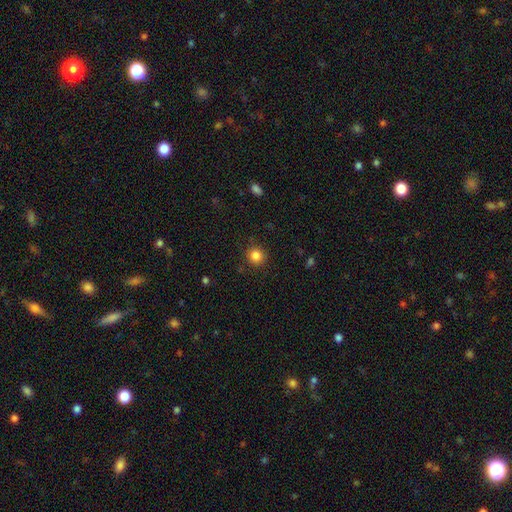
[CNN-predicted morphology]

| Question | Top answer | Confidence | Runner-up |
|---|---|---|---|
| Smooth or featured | smooth | 84% | star or artifact (11%) |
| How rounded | round | 93% | in between (7%) |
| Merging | none | 89% | minor disturbance (7%) |